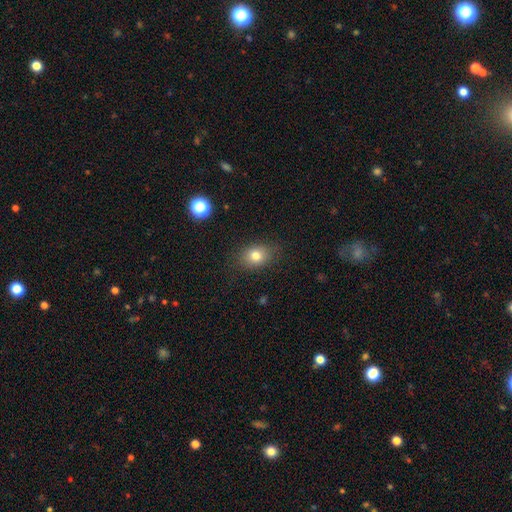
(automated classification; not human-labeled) Q: Smooth or featured?
A: smooth (78%); runner-up: star or artifact (12%)
Q: How rounded?
A: in between (62%); runner-up: round (37%)
Q: Merging?
A: none (83%); runner-up: minor disturbance (12%)